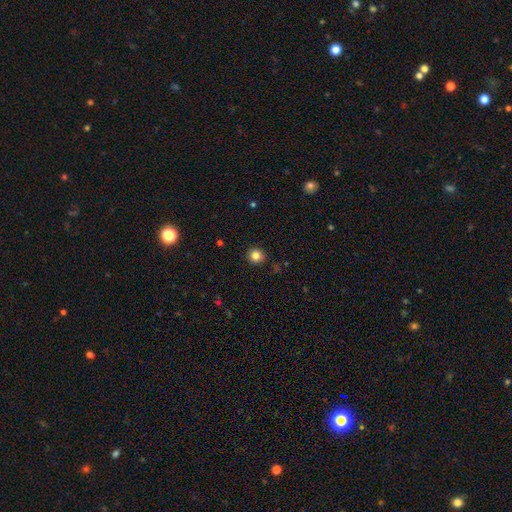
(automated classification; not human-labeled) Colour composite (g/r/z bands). It shows a smooth galaxy with no disk features (83%) that is round (91%). Merging: none (91%).